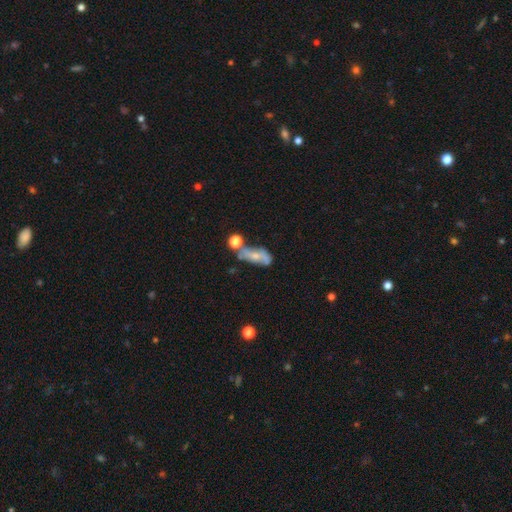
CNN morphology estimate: Smooth or featured? smooth (46%)
Merging? none (33%)